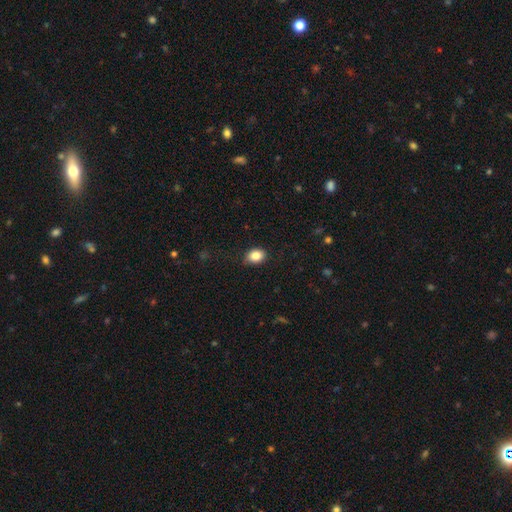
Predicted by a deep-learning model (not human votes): A smooth galaxy with no disk features (85%) that is in between round and cigar-shaped (68%). Merging: none (82%).